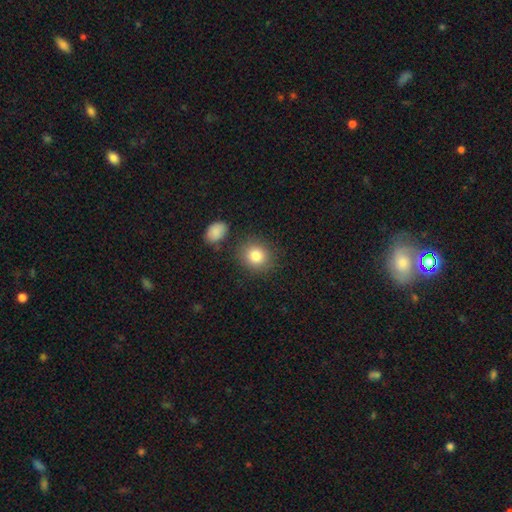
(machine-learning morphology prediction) Smooth or featured: smooth — 84% (star or artifact — 9%)
How rounded: round — 80% (in between — 20%)
Merging: none — 81% (minor disturbance — 10%)